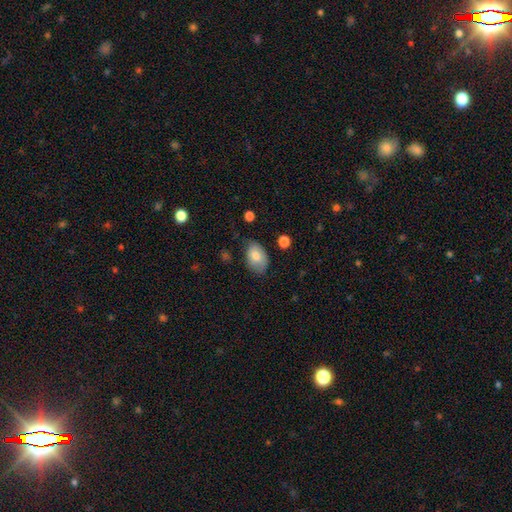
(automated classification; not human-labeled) A smooth galaxy with no disk features (79%) that is in between round and cigar-shaped (89%).

Vote fractions:
- Smooth or featured? smooth: 79% / featured or disk: 14% / star or artifact: 7%
- How rounded? in between: 89% / round: 10% / cigar-shaped: 1%
- Merging? none: 66% / minor disturbance: 26% / major disturbance: 6% / merger: 2%